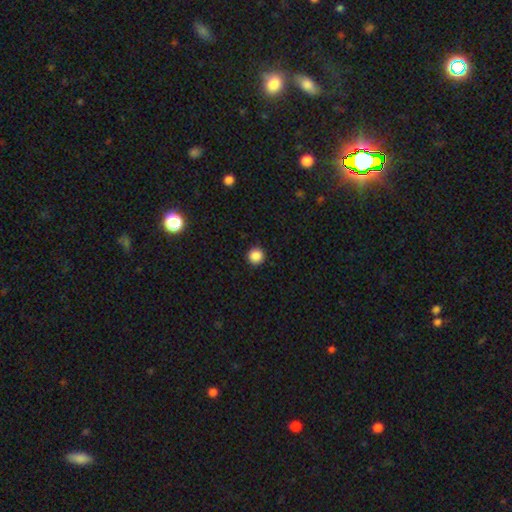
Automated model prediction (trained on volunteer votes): The model was most divided on "smooth or featured": smooth: 87%, star or artifact: 10%, featured or disk: 3%. More confident: how rounded — round (95%); merging — none (93%).